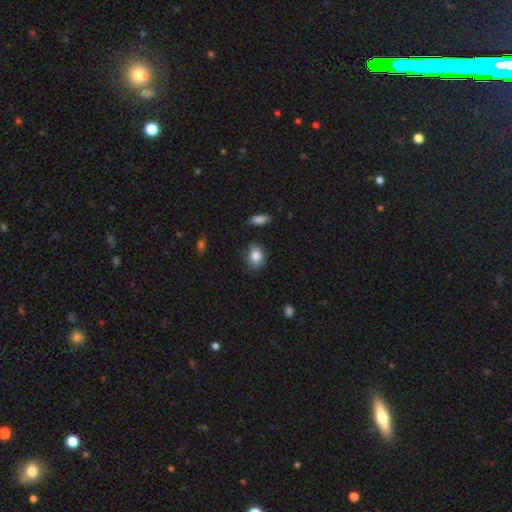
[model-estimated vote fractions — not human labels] This appears to be a smooth galaxy with no disk features (83%) that is in between round and cigar-shaped (61%). Merging: none (71%).